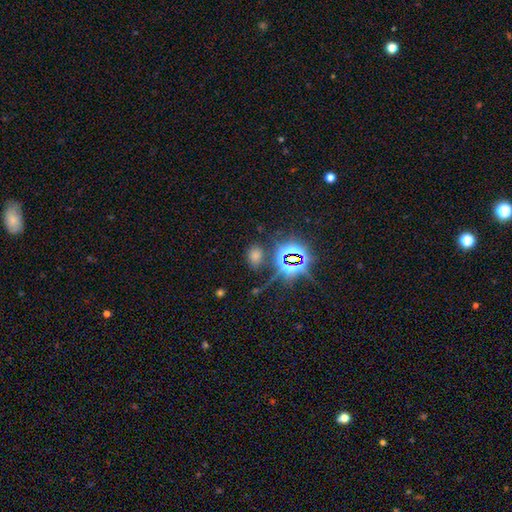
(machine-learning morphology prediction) Smooth or featured? Predicted: smooth (p=0.49). Merging? Predicted: none (p=0.76).